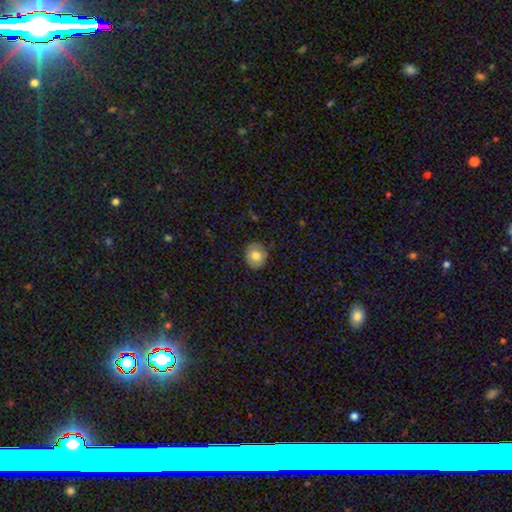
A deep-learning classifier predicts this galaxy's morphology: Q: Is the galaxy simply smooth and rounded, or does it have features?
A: smooth — 77%.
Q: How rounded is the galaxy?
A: round — 73%.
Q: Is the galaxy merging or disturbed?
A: none — 86%.